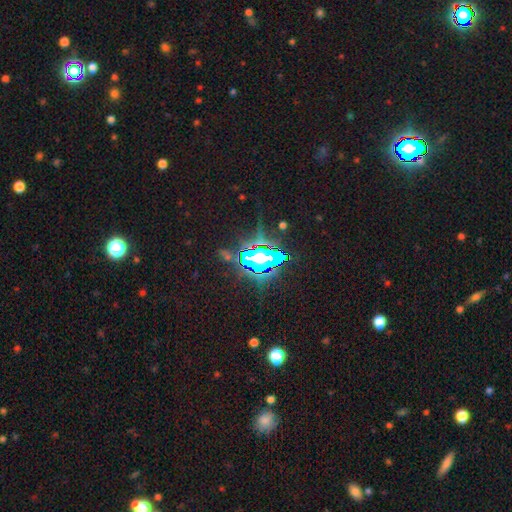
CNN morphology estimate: Q: Smooth or featured?
A: star or artifact (84%); runner-up: smooth (9%)